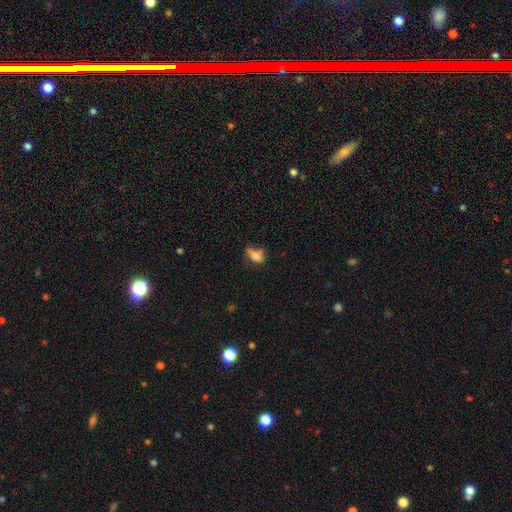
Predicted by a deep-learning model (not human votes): Smooth or featured? smooth (69%)
How rounded? in between (73%)
Merging? none (38%)